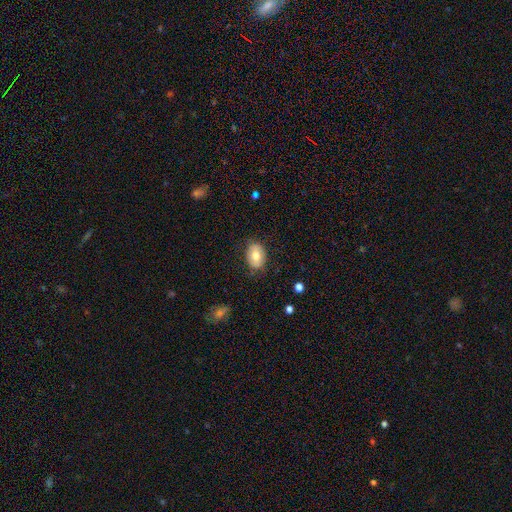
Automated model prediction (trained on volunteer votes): smooth_or_featured: smooth (p=0.70) [alt: featured or disk p=0.23]
how_rounded: in between (p=0.75) [alt: round p=0.24]
merging: none (p=0.80) [alt: minor disturbance p=0.15]